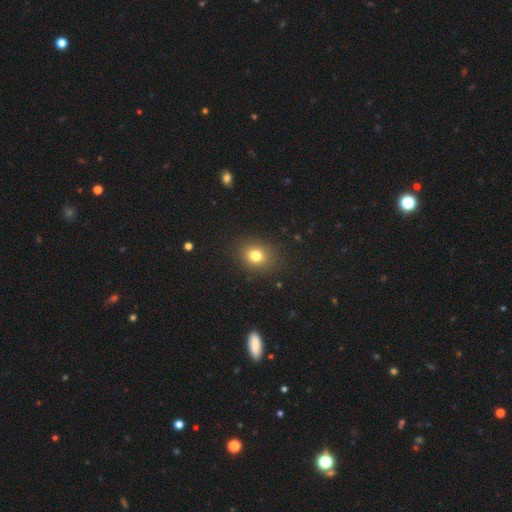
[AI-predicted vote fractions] Q: Smooth or featured?
A: smooth (79%); runner-up: star or artifact (14%)
Q: How rounded?
A: round (66%); runner-up: in between (33%)
Q: Merging?
A: none (88%); runner-up: minor disturbance (8%)